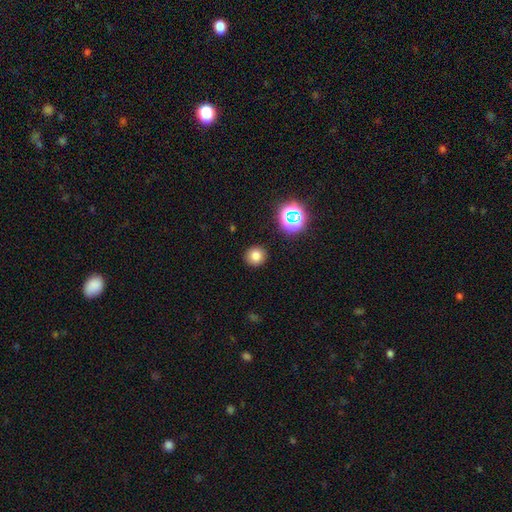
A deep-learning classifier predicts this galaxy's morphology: type=smooth (77%); roundness=round (90%); merging=none (90%).